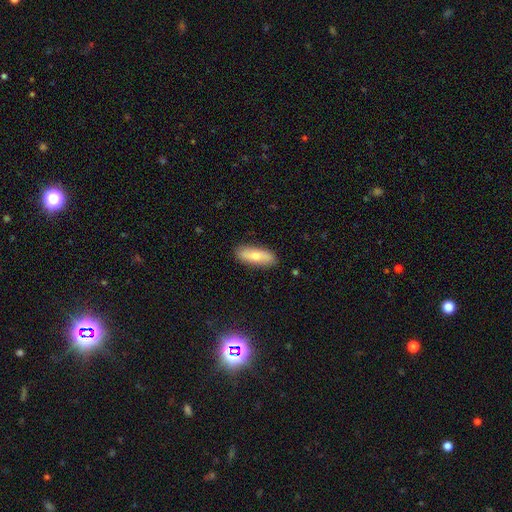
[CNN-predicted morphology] Overall: smooth (68%). How rounded: in between (64%; cigar-shaped 33%). Merging: none (86%).